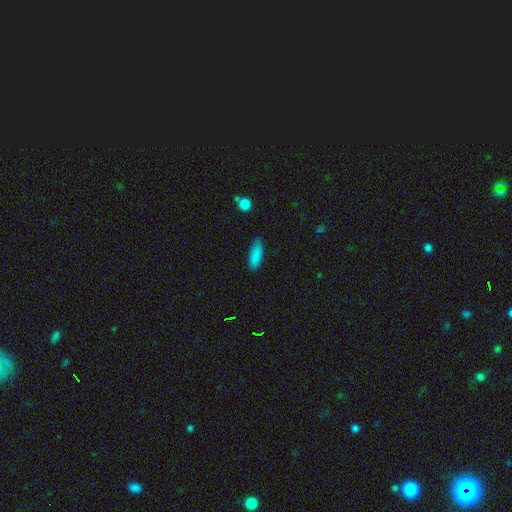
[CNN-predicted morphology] smooth-or-featured: smooth: 86% | star or artifact: 8% | featured or disk: 6%
  how-rounded: in between: 61% | cigar-shaped: 37% | round: 2%
  merging: none: 80% | minor disturbance: 15% | major disturbance: 3% | merger: 2%